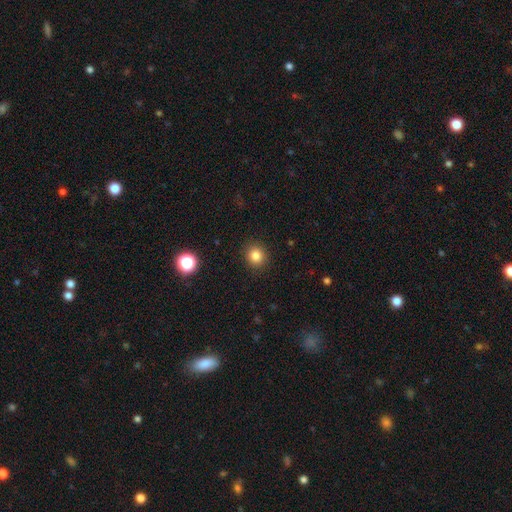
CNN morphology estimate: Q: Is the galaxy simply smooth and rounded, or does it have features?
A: smooth — 84%.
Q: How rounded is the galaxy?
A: round — 88%.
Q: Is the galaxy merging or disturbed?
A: none — 91%.